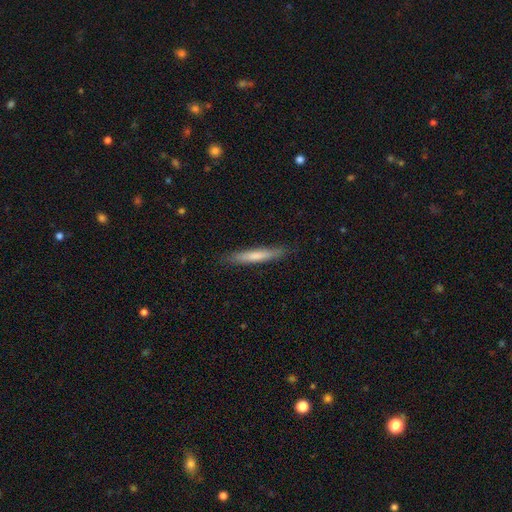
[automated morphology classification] A smooth galaxy with no disk features (66%) that is cigar-shaped (94%). Merging: none (87%).